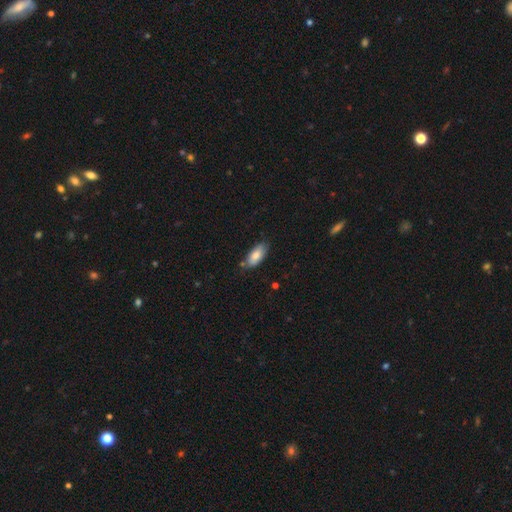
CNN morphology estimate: Smooth or featured? Predicted: smooth (p=0.80). How rounded? Predicted: in between (p=0.85). Merging? Predicted: none (p=0.70).